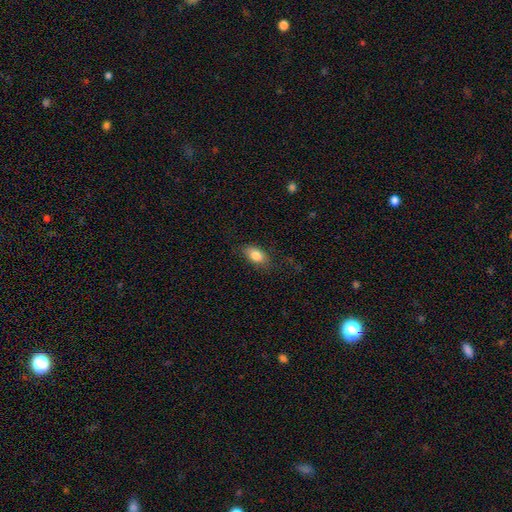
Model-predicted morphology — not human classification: Smooth or featured: smooth — 82% (featured or disk — 10%)
How rounded: in between — 88% (round — 8%)
Merging: none — 78% (minor disturbance — 17%)